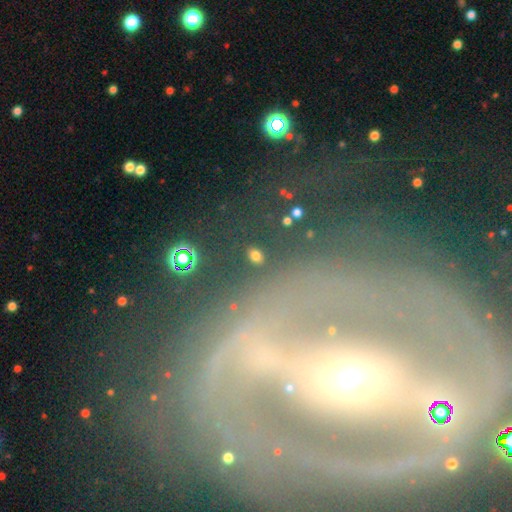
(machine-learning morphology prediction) Smooth or featured: smooth — 77% (star or artifact — 18%)
How rounded: in between — 67% (round — 30%)
Merging: none — 87% (minor disturbance — 7%)